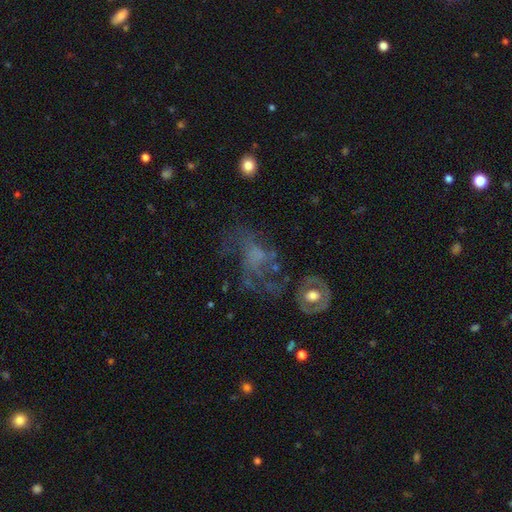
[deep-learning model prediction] smooth-or-featured: featured or disk: 56% | smooth: 26% | star or artifact: 17%
  disk-edge-on: no: 96% | yes: 4%
    bar: no: 82% | weak: 15% | strong: 3%
    has-spiral-arms: no: 57% | yes: 43%
    bulge-size: none: 51% | moderate: 21% | small: 19% | large: 7% | dominant: 2%
  merging: major disturbance: 40% | none: 35% | minor disturbance: 17% | merger: 9%